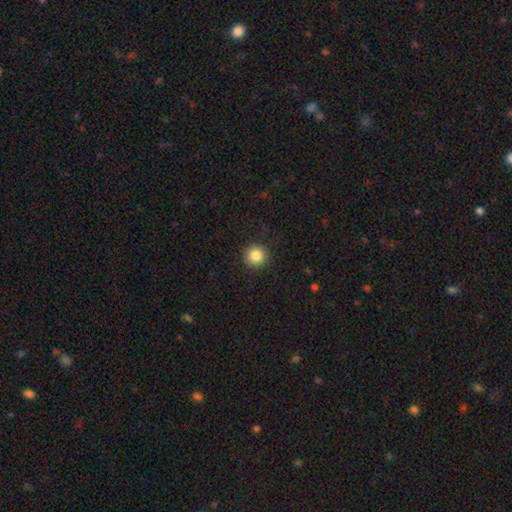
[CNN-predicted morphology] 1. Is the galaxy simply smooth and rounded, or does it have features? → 86% smooth, 9% star or artifact, 4% featured or disk.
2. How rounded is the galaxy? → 95% round, 4% in between, 1% cigar-shaped.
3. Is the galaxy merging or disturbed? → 90% none, 7% minor disturbance, 2% major disturbance, 1% merger.